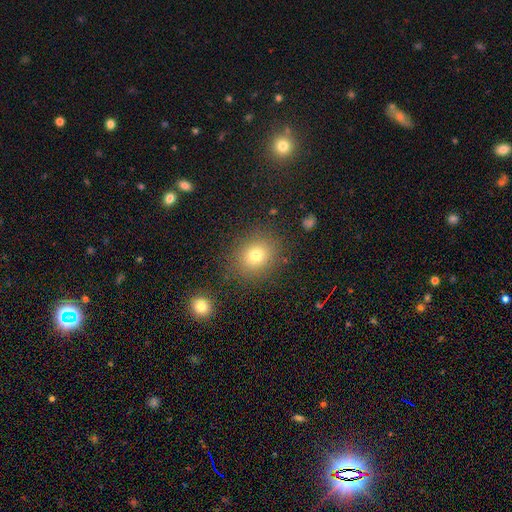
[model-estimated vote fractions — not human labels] A smooth galaxy with no disk features (75%) that is round (71%). Merging: none (85%).